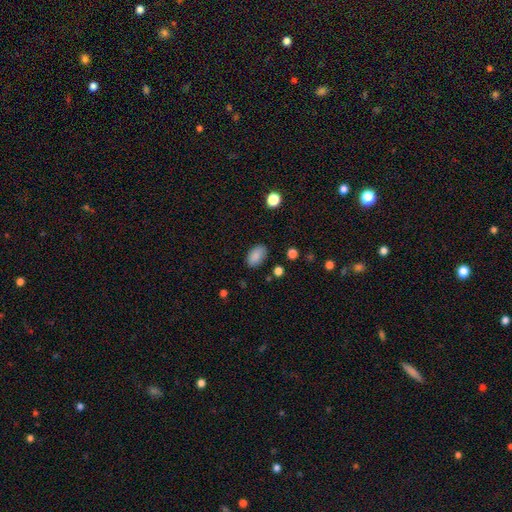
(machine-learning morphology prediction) A smooth galaxy with no disk features (87%) that is in between round and cigar-shaped (92%).

Vote fractions:
- Smooth or featured? smooth: 87% / star or artifact: 8% / featured or disk: 4%
- How rounded? in between: 92% / round: 7% / cigar-shaped: 2%
- Merging? none: 84% / minor disturbance: 12% / major disturbance: 3% / merger: 2%